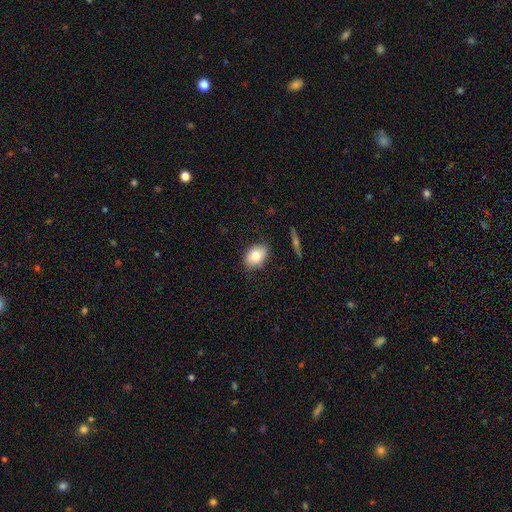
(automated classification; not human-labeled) Morphology: type=smooth (78%); roundness=in between (76%); merging=none (84%).